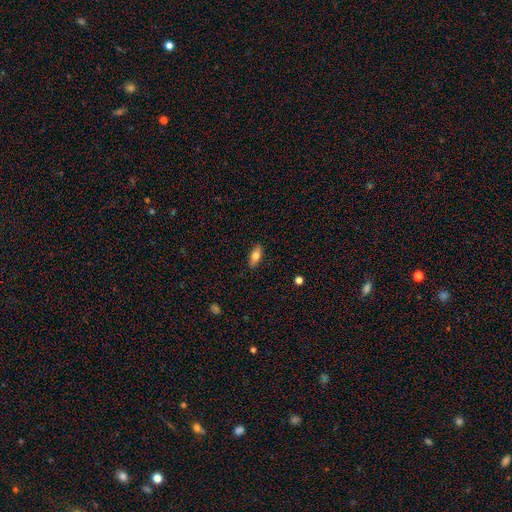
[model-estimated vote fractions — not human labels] smooth-or-featured: smooth: 77% | featured or disk: 16% | star or artifact: 7%
  how-rounded: in between: 80% | cigar-shaped: 17% | round: 3%
  merging: none: 88% | minor disturbance: 9% | major disturbance: 2% | merger: 1%